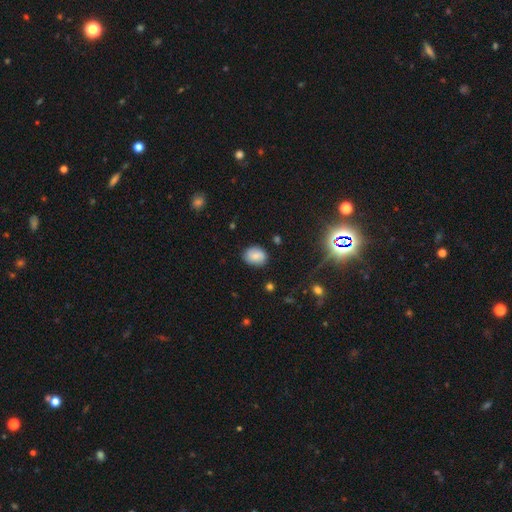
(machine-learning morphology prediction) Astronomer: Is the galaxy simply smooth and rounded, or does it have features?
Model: smooth — 77%.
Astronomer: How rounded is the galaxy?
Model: in between — 51% (runner-up: round, 48%).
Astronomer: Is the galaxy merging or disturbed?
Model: none — 82%.